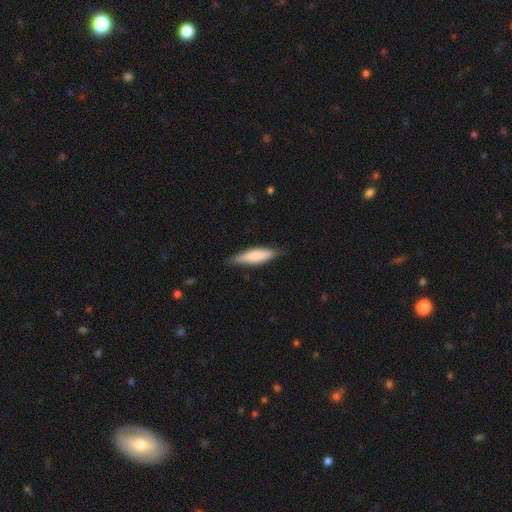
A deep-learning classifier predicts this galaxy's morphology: A smooth galaxy with no disk features (74%) that is cigar-shaped (68%).

Vote fractions:
- Smooth or featured? smooth: 74% / featured or disk: 21% / star or artifact: 5%
- How rounded? cigar-shaped: 68% / in between: 30% / round: 2%
- Merging? none: 80% / minor disturbance: 16% / major disturbance: 3% / merger: 1%